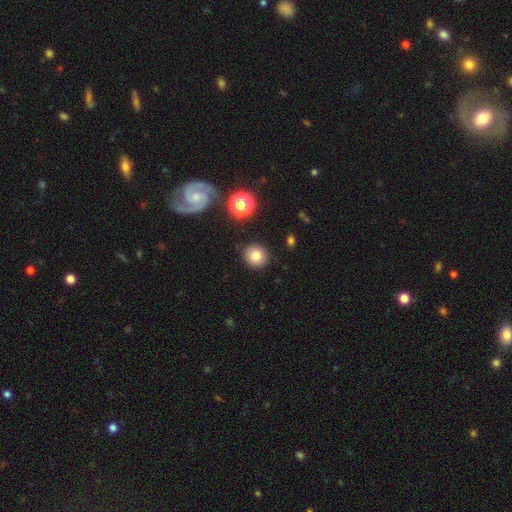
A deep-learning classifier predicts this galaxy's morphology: Smooth or featured? Predicted: smooth (p=0.78). How rounded? Predicted: round (p=0.90). Merging? Predicted: none (p=0.89).